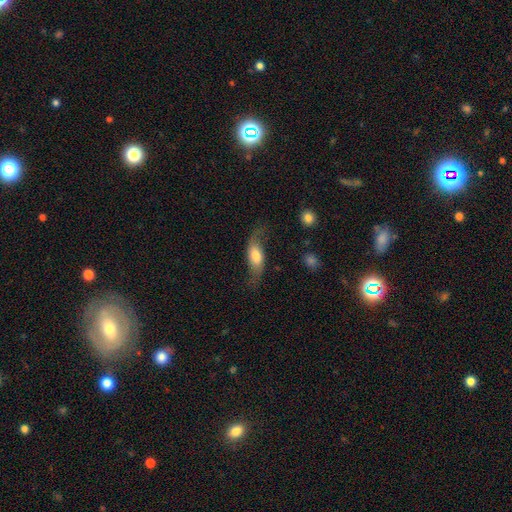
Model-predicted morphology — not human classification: This is possibly a smooth galaxy (48%). Merging: possibly none (57%).